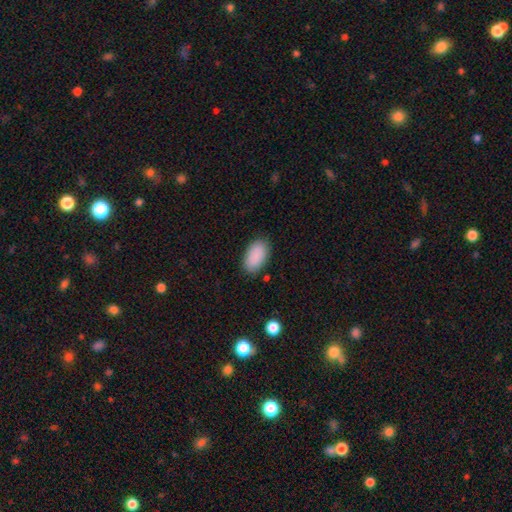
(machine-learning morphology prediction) type=smooth (90%); roundness=in between (95%); merging=none (84%).